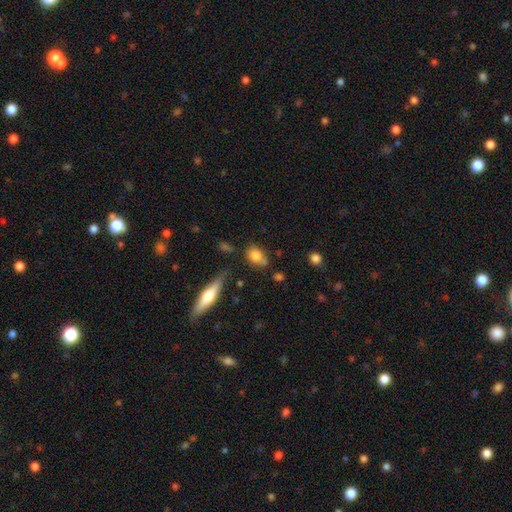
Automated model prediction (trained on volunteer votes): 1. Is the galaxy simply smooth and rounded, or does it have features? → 80% smooth, 11% featured or disk, 9% star or artifact.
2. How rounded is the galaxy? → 65% in between, 32% round, 4% cigar-shaped.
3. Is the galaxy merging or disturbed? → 60% none, 21% minor disturbance, 13% merger, 6% major disturbance.